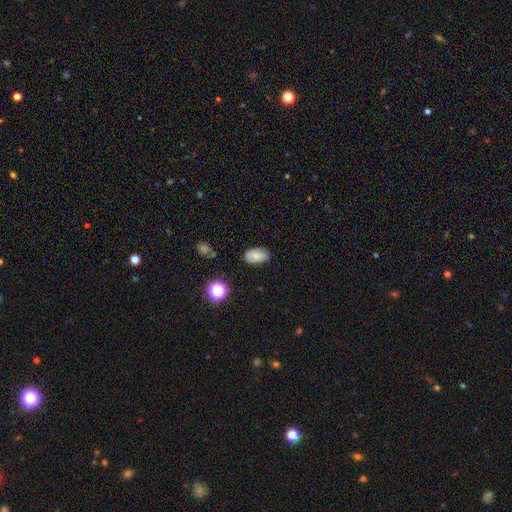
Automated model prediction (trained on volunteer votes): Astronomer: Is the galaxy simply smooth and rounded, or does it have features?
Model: smooth — 79%.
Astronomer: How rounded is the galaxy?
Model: in between — 91%.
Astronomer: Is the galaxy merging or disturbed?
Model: none — 80%.